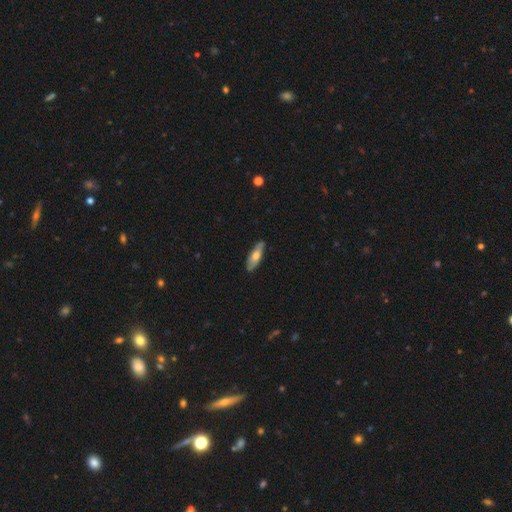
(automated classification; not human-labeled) Smooth or featured?
  - smooth: 61% *
  - featured or disk: 34%
  - star or artifact: 6%
How rounded?
  - in between: 54% *
  - cigar-shaped: 44%
  - round: 2%
Merging?
  - none: 83% *
  - minor disturbance: 14%
  - major disturbance: 2%
  - merger: 1%